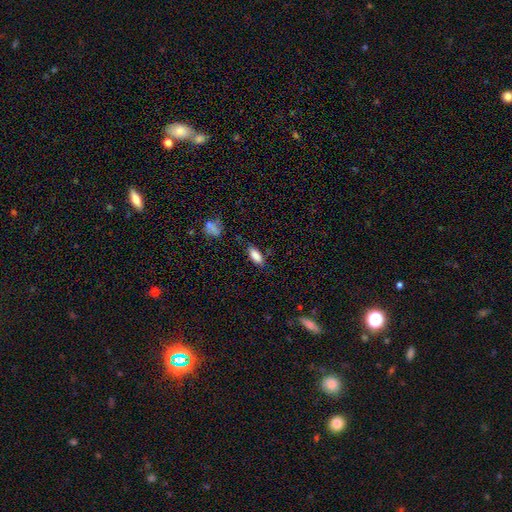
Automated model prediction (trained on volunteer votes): Q: Smooth or featured?
A: smooth (85%); runner-up: star or artifact (8%)
Q: How rounded?
A: in between (79%); runner-up: cigar-shaped (19%)
Q: Merging?
A: none (77%); runner-up: minor disturbance (16%)